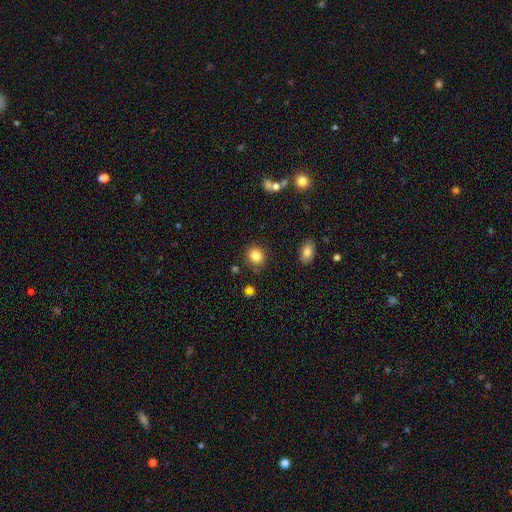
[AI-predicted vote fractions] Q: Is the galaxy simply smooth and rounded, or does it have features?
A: smooth — 85%.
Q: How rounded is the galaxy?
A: round — 78%.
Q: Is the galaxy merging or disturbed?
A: none — 86%.